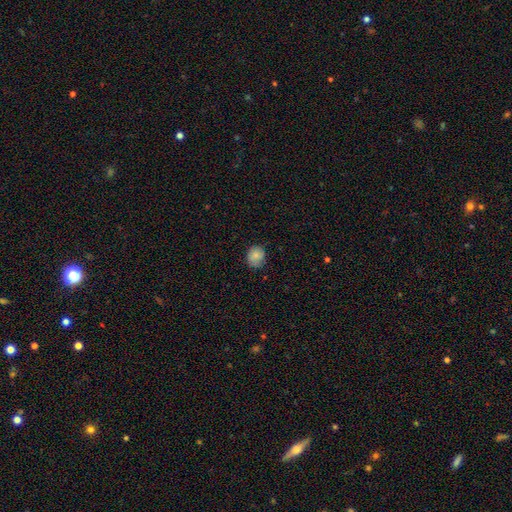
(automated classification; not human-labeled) A smooth galaxy with no disk features (84%) that is round (73%).

Vote fractions:
- Smooth or featured? smooth: 84% / star or artifact: 9% / featured or disk: 7%
- How rounded? round: 73% / in between: 26% / cigar-shaped: 1%
- Merging? none: 73% / minor disturbance: 22% / major disturbance: 4% / merger: 1%